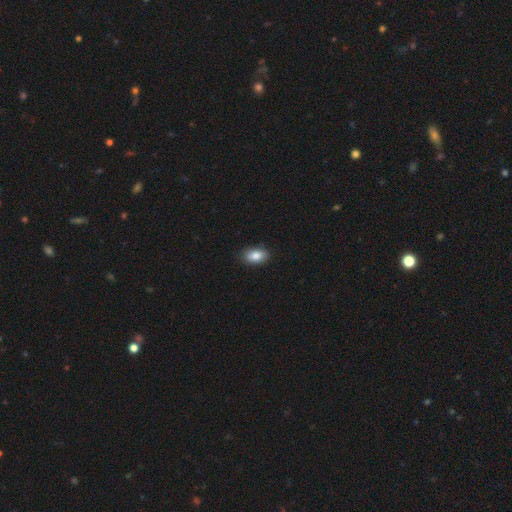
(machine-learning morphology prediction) A smooth galaxy with no disk features (86%) that is in between round and cigar-shaped (91%). Merging: none (87%).